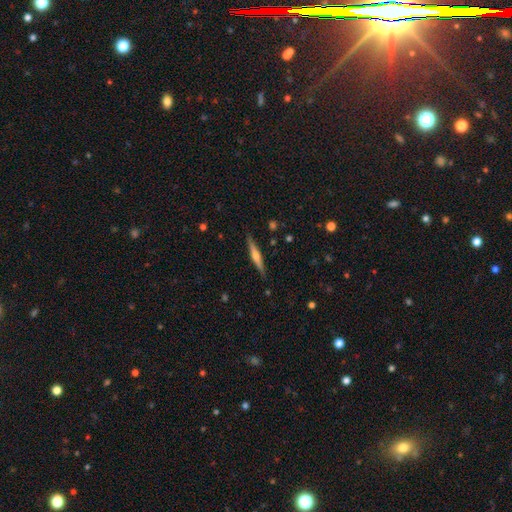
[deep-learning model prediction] featured or disk 60%, smooth 34%, star or artifact 6%. Down the decision tree: edge-on disk — yes (97%); edge-on bulge — rounded (78%); merging — none (88%).